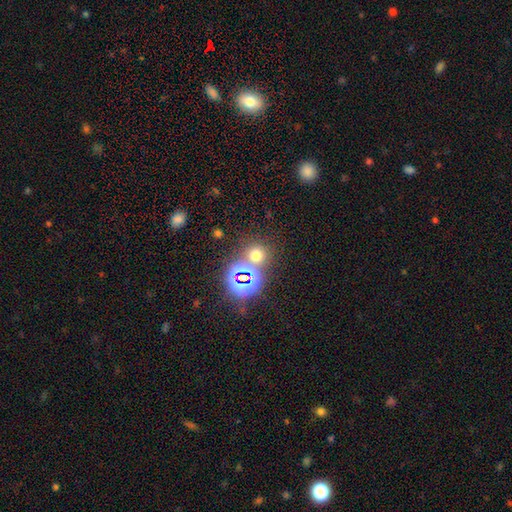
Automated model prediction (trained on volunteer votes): Smooth or featured? Predicted: smooth (p=0.54). How rounded? Predicted: round (p=0.88). Merging? Predicted: none (p=0.71).